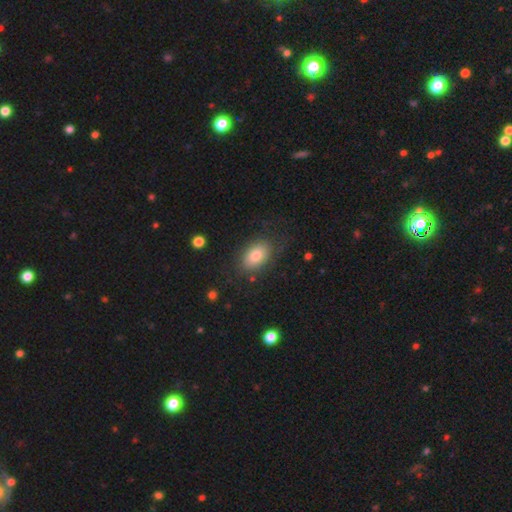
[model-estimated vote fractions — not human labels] The model was most divided on "merging": none: 75%, minor disturbance: 16%, major disturbance: 7%, merger: 2%. More confident: how rounded — in between (86%); smooth or featured — smooth (78%).